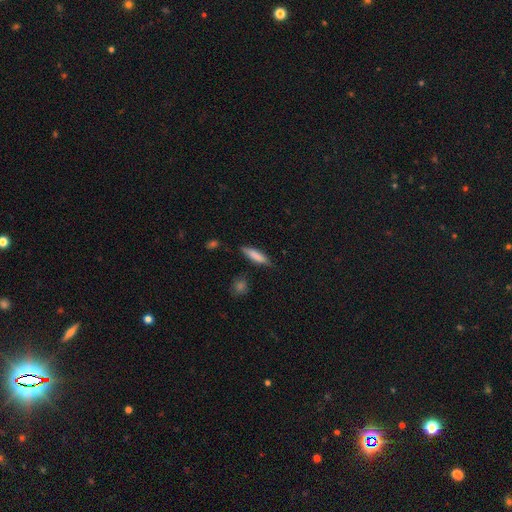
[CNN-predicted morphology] Overall: smooth (79%). How rounded: cigar-shaped (74%). Merging: none (81%).